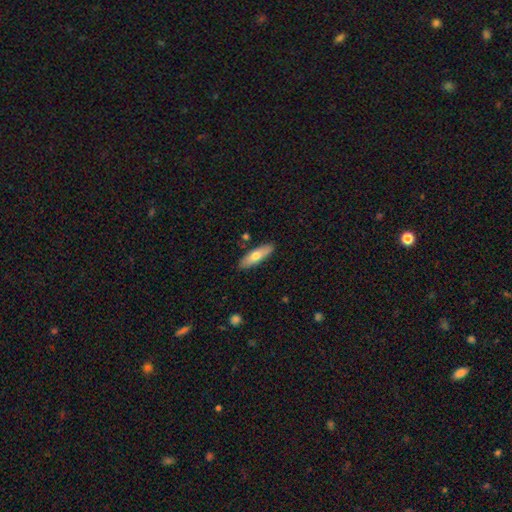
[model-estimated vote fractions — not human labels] This is likely a smooth galaxy (66%). How rounded: possibly cigar-shaped (50%). Merging: clearly none (87%).